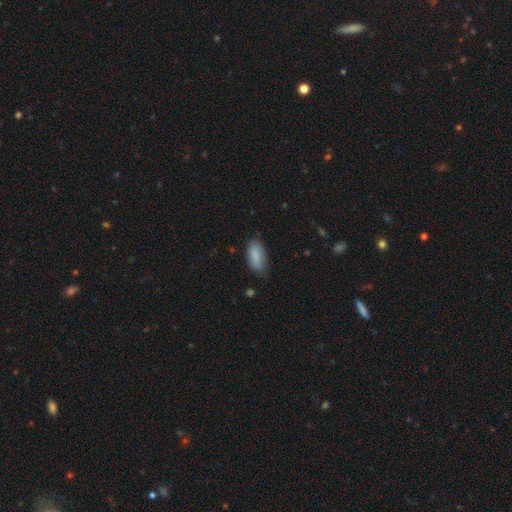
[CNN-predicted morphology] smooth-or-featured: smooth: 86% | featured or disk: 8% | star or artifact: 6%
  how-rounded: in between: 91% | cigar-shaped: 7% | round: 2%
  merging: none: 74% | minor disturbance: 21% | major disturbance: 4% | merger: 1%